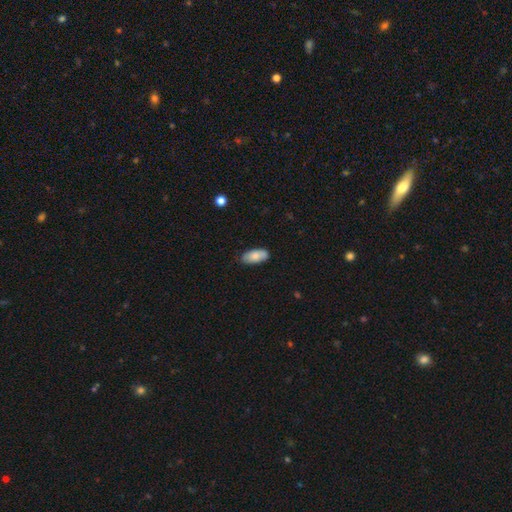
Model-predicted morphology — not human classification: Smooth or featured?
  - smooth: 76% *
  - featured or disk: 17%
  - star or artifact: 6%
How rounded?
  - in between: 92% *
  - cigar-shaped: 6%
  - round: 2%
Merging?
  - none: 76% *
  - minor disturbance: 19%
  - major disturbance: 3%
  - merger: 1%